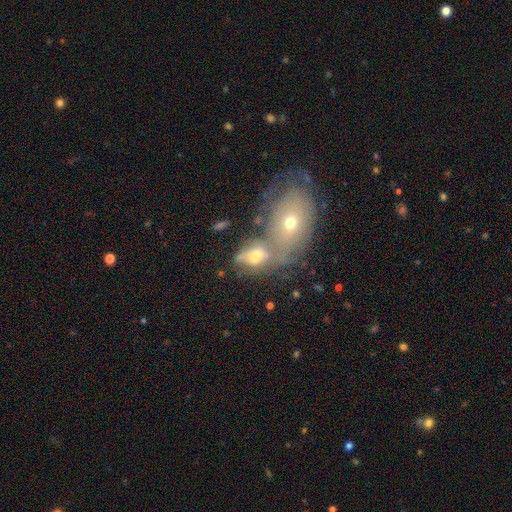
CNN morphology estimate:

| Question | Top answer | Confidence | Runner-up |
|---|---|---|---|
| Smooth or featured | smooth | 46% | featured or disk (40%) |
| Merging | merger | 59% | none (22%) |